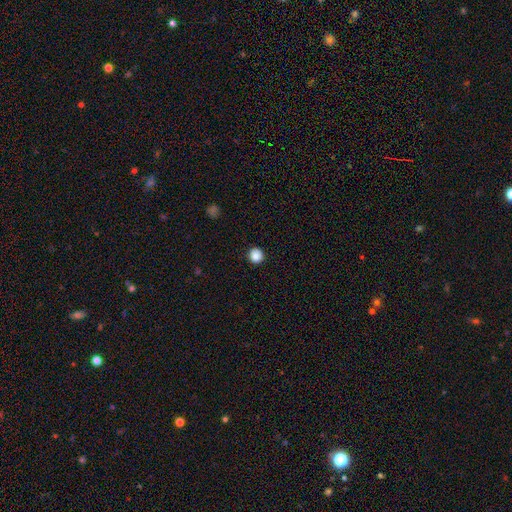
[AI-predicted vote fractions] smooth-or-featured: smooth: 88% | star or artifact: 10% | featured or disk: 2%
  how-rounded: round: 95% | in between: 4% | cigar-shaped: 1%
  merging: none: 93% | minor disturbance: 5% | major disturbance: 2% | merger: 1%